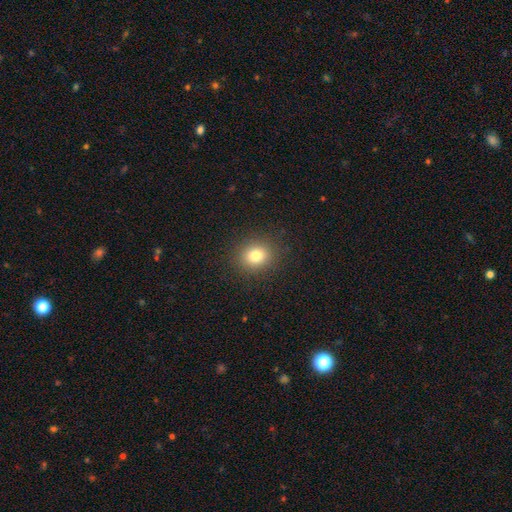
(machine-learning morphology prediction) type=smooth (80%); roundness=round (73%); merging=none (90%).